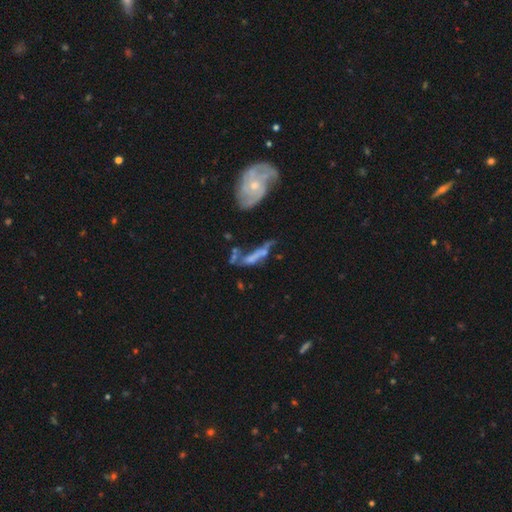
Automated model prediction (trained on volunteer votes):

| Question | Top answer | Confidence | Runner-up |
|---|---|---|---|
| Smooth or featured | featured or disk | 54% | smooth (33%) |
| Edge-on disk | no | 75% | yes (25%) |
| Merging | merger | 32% | none (26%) |